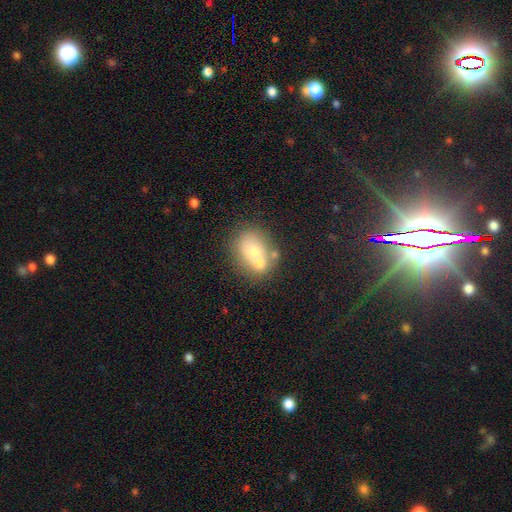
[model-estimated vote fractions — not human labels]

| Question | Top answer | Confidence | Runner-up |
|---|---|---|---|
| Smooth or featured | smooth | 62% | featured or disk (26%) |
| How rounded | round | 64% | in between (35%) |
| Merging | merger | 42% | tied: none (42%) |